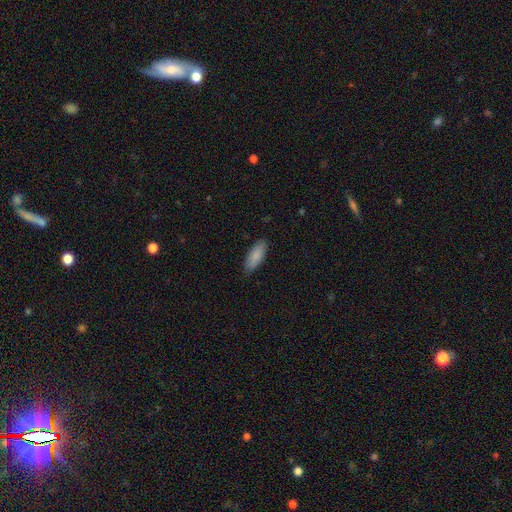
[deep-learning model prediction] A smooth galaxy with no disk features (87%) that is in between round and cigar-shaped (71%).

Vote fractions:
- Smooth or featured? smooth: 87% / featured or disk: 8% / star or artifact: 6%
- How rounded? in between: 71% / cigar-shaped: 27% / round: 2%
- Merging? none: 87% / minor disturbance: 11% / major disturbance: 2% / merger: 1%